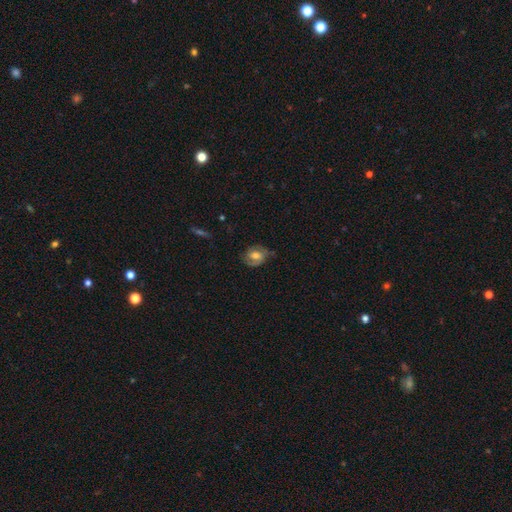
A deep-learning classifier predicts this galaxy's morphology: A featured or disk galaxy (59%) with a weak bar (43%), spiral arms (84%) and a moderate central bulge (58%).

Vote fractions:
- Smooth or featured? featured or disk: 59% / smooth: 34% / star or artifact: 8%
- Edge-on disk? no: 96% / yes: 4%
- Bar? weak: 43% / no: 42% / strong: 15%
- Spiral arms? yes: 84% / no: 16%
- Bulge size? moderate: 58% / large: 19% / small: 17% / none: 3% / dominant: 2%
- Merging? none: 64% / minor disturbance: 24% / major disturbance: 10% / merger: 2%